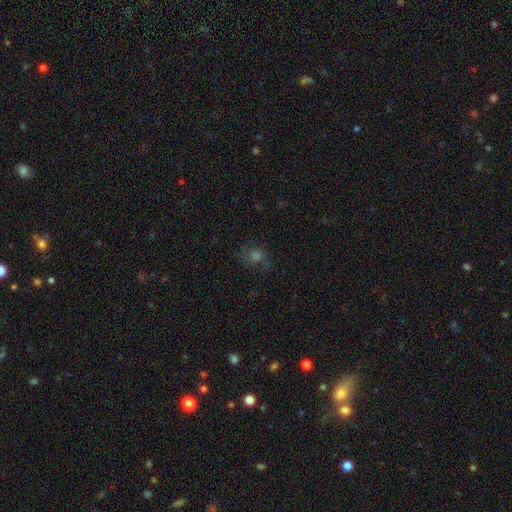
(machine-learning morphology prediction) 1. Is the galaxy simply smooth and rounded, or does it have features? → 43% smooth, 31% star or artifact, 26% featured or disk.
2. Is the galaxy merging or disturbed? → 63% none, 19% minor disturbance, 16% major disturbance, 2% merger.